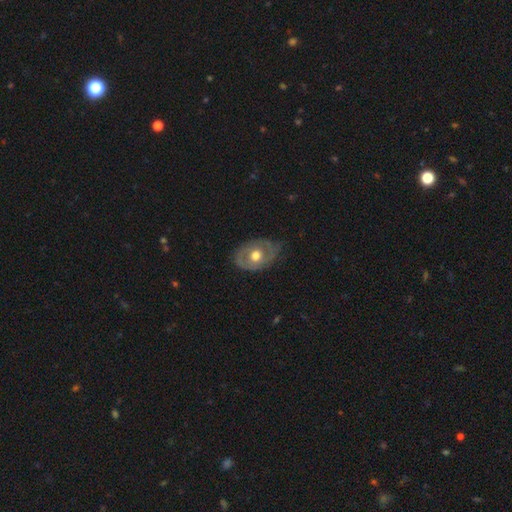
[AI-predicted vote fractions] This appears to be a featured or disk galaxy (60%) with no bar (86%), no spiral arms (66%) and a moderate central bulge (76%). Merging: none (66%).